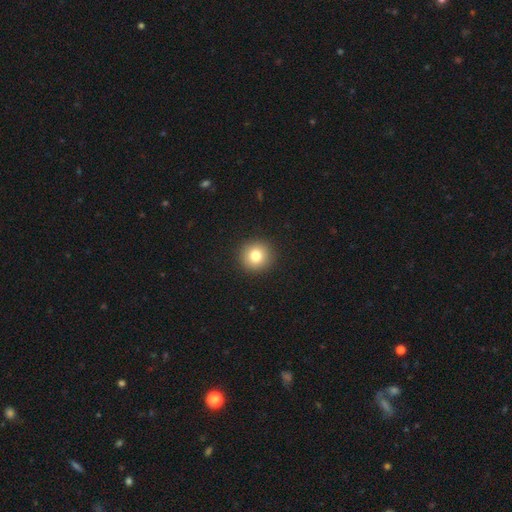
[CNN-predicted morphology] A smooth galaxy with no disk features (80%) that is round (94%).

Vote fractions:
- Smooth or featured? smooth: 80% / star or artifact: 11% / featured or disk: 9%
- How rounded? round: 94% / in between: 5% / cigar-shaped: 1%
- Merging? none: 93% / minor disturbance: 5% / major disturbance: 2% / merger: 1%